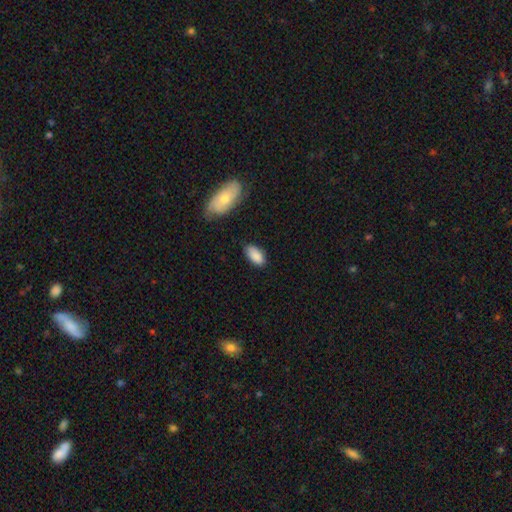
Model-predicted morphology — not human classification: smooth_or_featured: smooth (p=0.87) [alt: star or artifact p=0.07]
how_rounded: in between (p=0.93) [alt: cigar-shaped p=0.05]
merging: none (p=0.76) [alt: minor disturbance p=0.18]